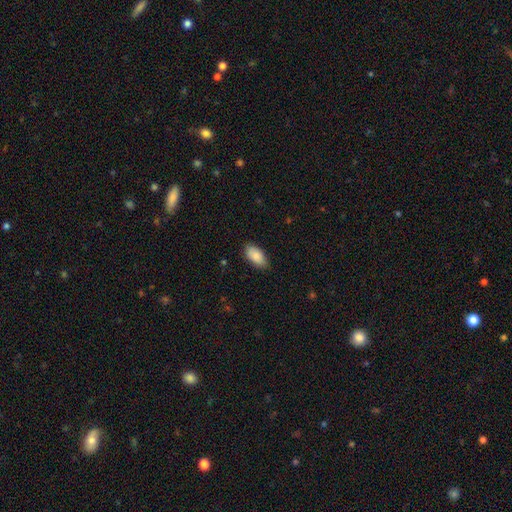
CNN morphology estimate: Smooth or featured: smooth — 86% (featured or disk — 8%)
How rounded: in between — 94% (cigar-shaped — 3%)
Merging: none — 84% (minor disturbance — 13%)